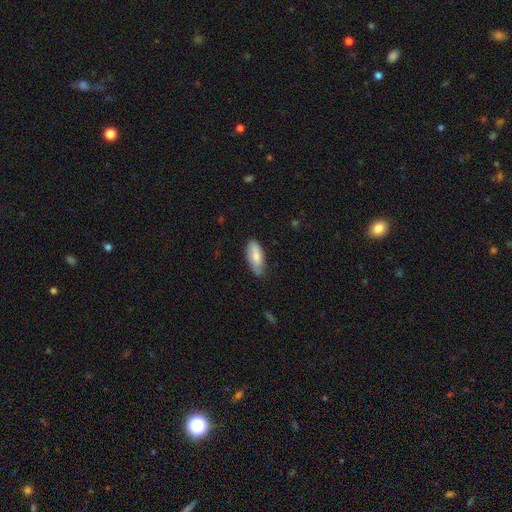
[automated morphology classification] smooth_or_featured: smooth (p=0.77) [alt: featured or disk p=0.18]
how_rounded: in between (p=0.84) [alt: cigar-shaped p=0.14]
merging: none (p=0.72) [alt: minor disturbance p=0.23]